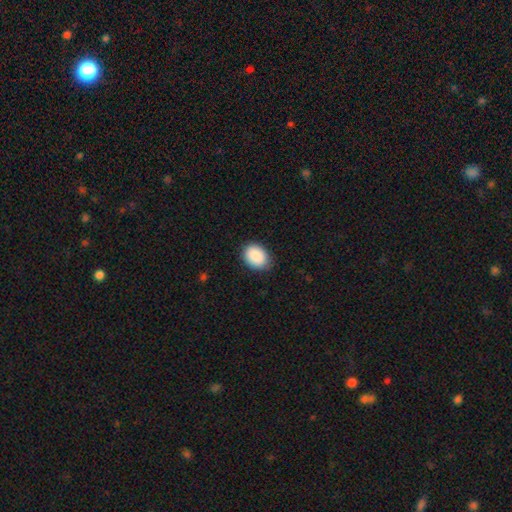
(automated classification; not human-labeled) Smooth or featured: smooth — 89% (star or artifact — 7%)
How rounded: in between — 64% (round — 35%)
Merging: none — 85% (minor disturbance — 12%)